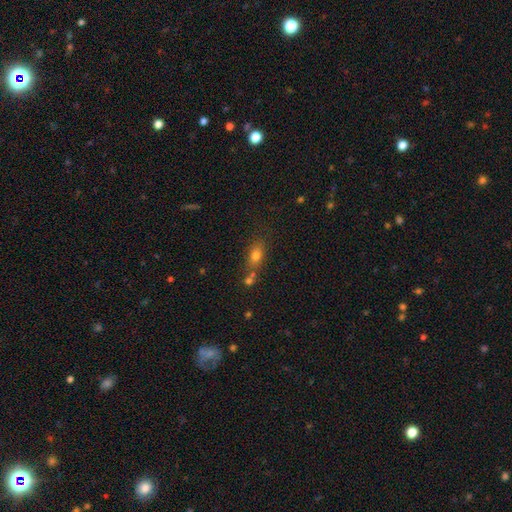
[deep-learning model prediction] A smooth galaxy with no disk features (73%) that is in between round and cigar-shaped (71%).

Vote fractions:
- Smooth or featured? smooth: 73% / star or artifact: 14% / featured or disk: 13%
- How rounded? in between: 71% / round: 21% / cigar-shaped: 8%
- Merging? none: 59% / merger: 22% / minor disturbance: 15% / major disturbance: 5%